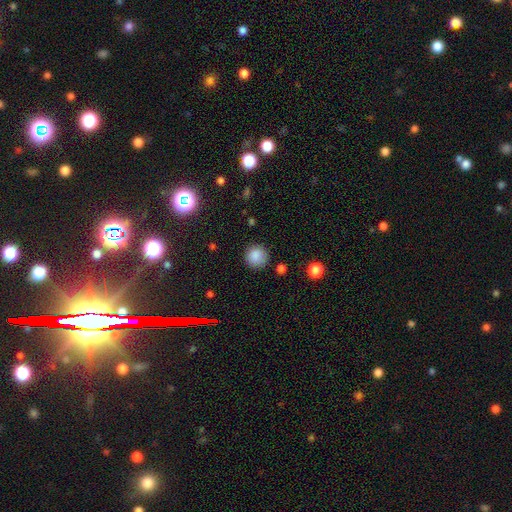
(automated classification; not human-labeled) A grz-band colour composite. It shows a smooth galaxy with no disk features (86%) that is round (94%). Merging: none (86%).